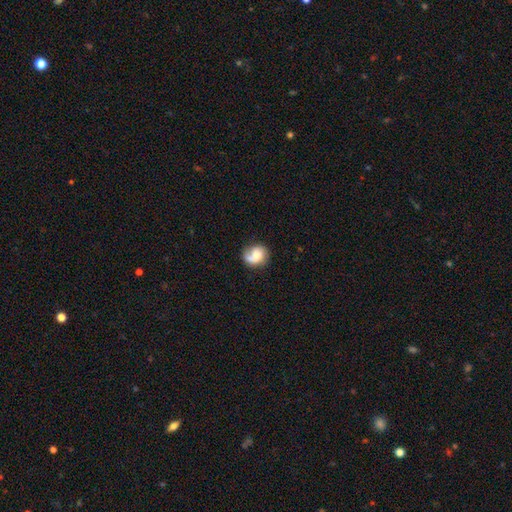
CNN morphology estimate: A featured or disk galaxy (51%).

Vote fractions:
- Smooth or featured? featured or disk: 51% / smooth: 41% / star or artifact: 8%
- Edge-on disk? no: 98% / yes: 2%
- Merging? none: 61% / minor disturbance: 22% / major disturbance: 11% / merger: 7%